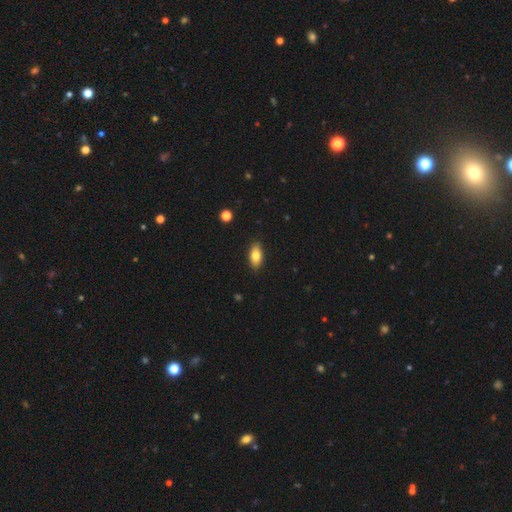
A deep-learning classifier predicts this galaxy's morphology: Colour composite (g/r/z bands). It shows a smooth galaxy with no disk features (79%) that is in between round and cigar-shaped (87%). Merging: none (88%).